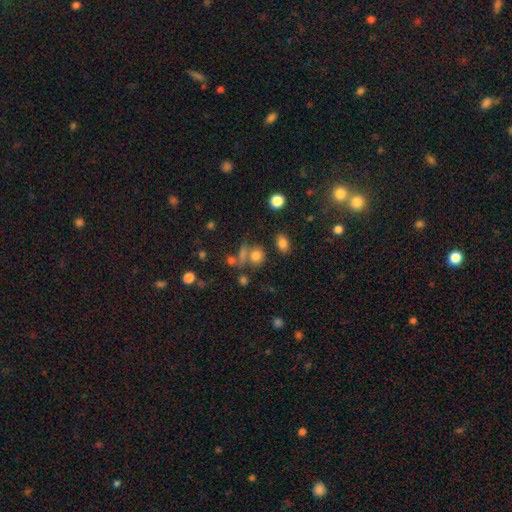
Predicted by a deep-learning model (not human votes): Overall: smooth (73%). How rounded: round (68%; in between 30%). Merging: none (54%; merger 25%).